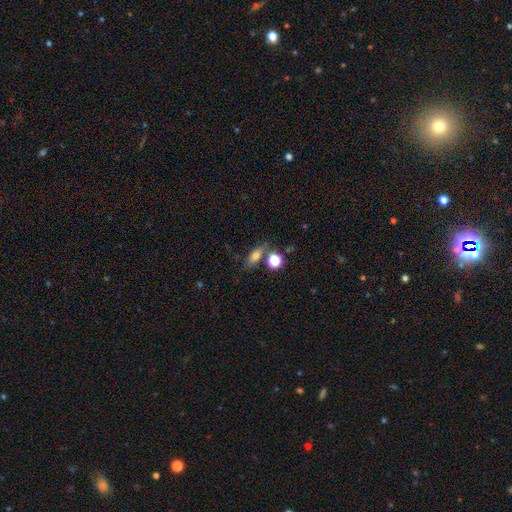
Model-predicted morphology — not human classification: type=smooth (70%); roundness=in between (65%); merging=none (64%).